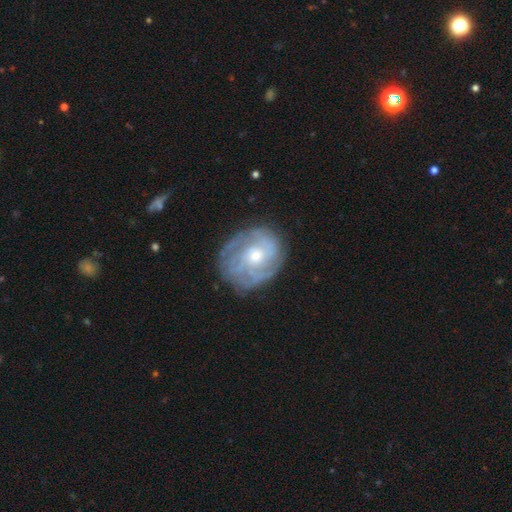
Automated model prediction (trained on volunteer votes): Smooth or featured: featured or disk — 76% (smooth — 18%)
Edge-on disk: no — 97% (yes — 3%)
Bar: no — 75% (weak — 21%)
Spiral arms: yes — 86% (no — 14%)
Spiral winding: tight — 63% (medium — 28%)
Spiral arm count: can't tell — 46% (3 — 16%)
Bulge size: moderate — 49% (small — 45%)
Merging: none — 73% (minor disturbance — 18%)